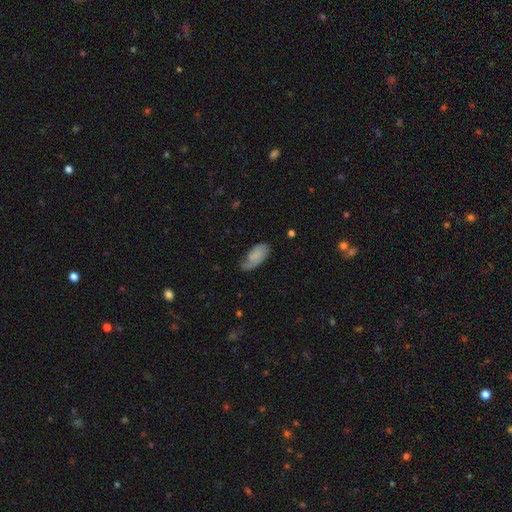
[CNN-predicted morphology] A smooth galaxy with no disk features (58%) that is in between round and cigar-shaped (92%). Merging: none (45%).